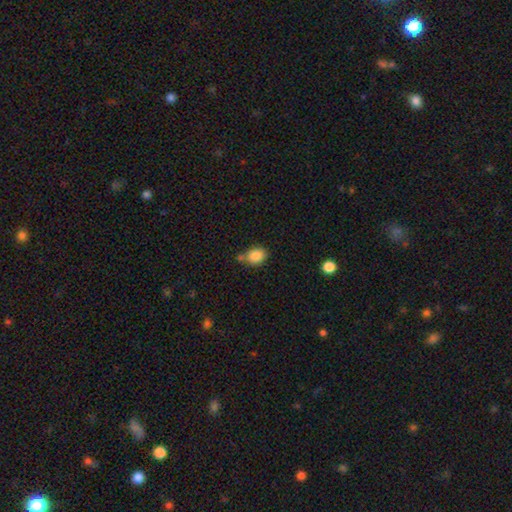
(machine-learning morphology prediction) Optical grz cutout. It shows a smooth galaxy with no disk features (86%) that is in between round and cigar-shaped (57%). Merging: none (61%).